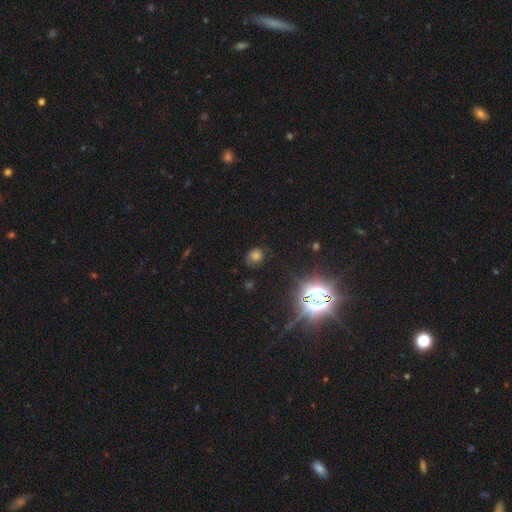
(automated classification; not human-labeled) Smooth or featured: smooth — 46% (star or artifact — 44%)
Merging: none — 77% (minor disturbance — 14%)